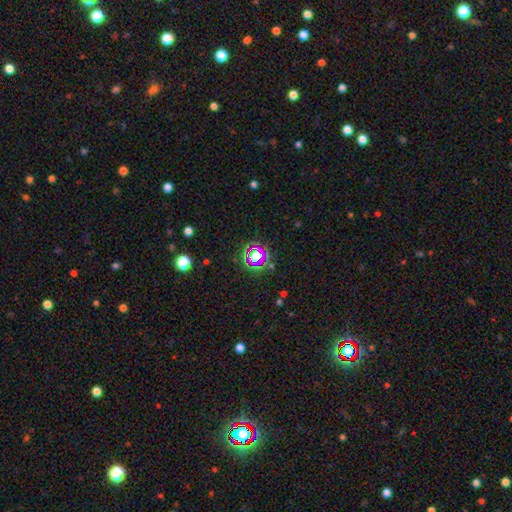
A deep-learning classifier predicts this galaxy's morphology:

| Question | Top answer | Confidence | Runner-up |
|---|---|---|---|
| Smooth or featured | star or artifact | 64% | smooth (24%) |